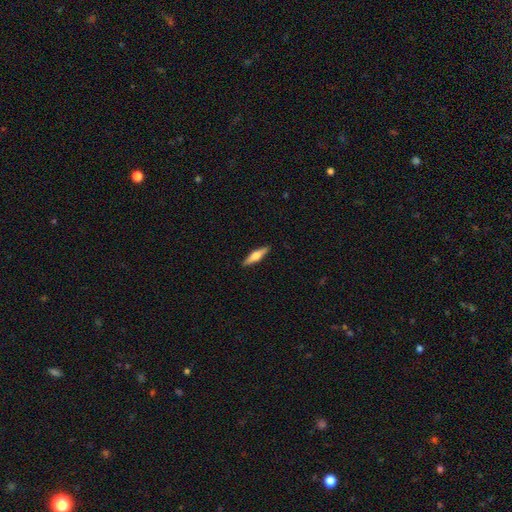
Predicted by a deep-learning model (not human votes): featured or disk 54%, smooth 40%, star or artifact 6%. Down the decision tree: edge-on disk — yes (96%); edge-on bulge — rounded (91%); merging — none (91%).